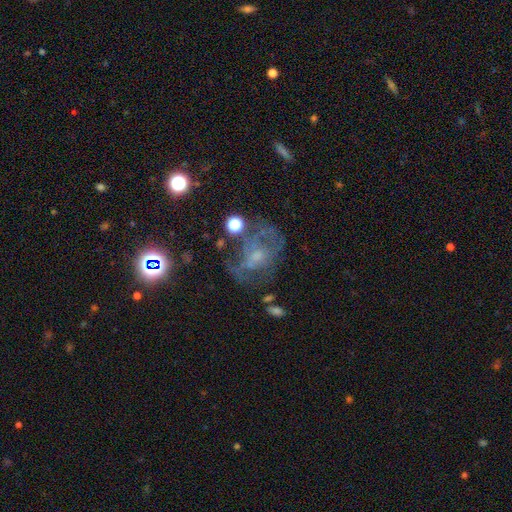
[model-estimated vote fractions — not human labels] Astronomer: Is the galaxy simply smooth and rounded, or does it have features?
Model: featured or disk — 57%.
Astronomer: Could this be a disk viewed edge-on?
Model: no — 97%.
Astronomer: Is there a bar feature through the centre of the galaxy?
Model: no — 75%.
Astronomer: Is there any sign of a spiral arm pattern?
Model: no — 58% (runner-up: yes, 42%).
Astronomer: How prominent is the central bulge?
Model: small — 43% (runner-up: moderate, 27%).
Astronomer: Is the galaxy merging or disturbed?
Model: none — 43% (runner-up: major disturbance, 31%).